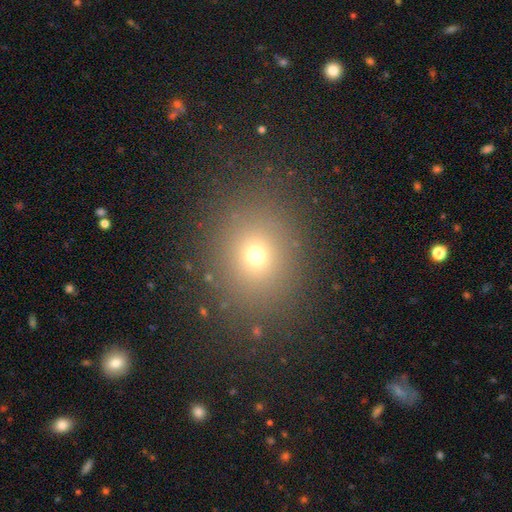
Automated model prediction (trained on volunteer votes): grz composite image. It shows a smooth galaxy with no disk features (68%) that is round (68%). Merging: none (86%).